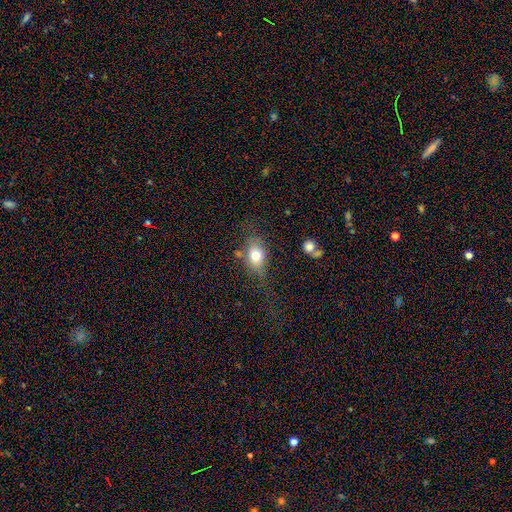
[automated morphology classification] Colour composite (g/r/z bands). It shows a smooth galaxy with no disk features (70%) that is in between round and cigar-shaped (75%). Merging: none (63%).